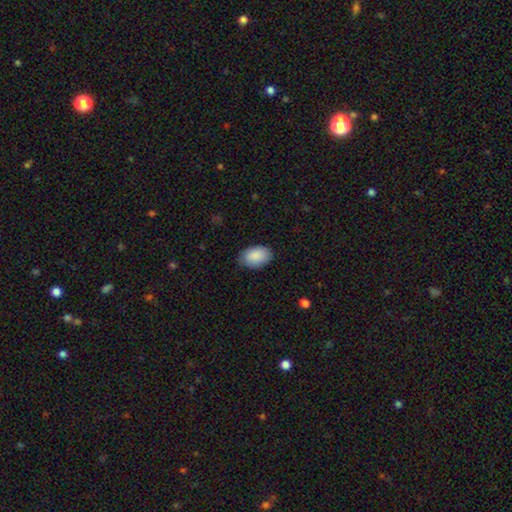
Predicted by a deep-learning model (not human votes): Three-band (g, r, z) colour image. It shows a smooth galaxy with no disk features (90%) that is in between round and cigar-shaped (91%). Merging: none (81%).